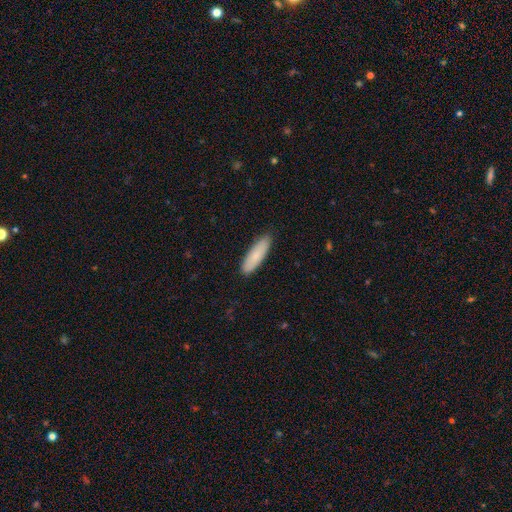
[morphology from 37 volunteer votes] Smooth or featured: smooth — 81% (featured or disk — 14%)
How rounded: cigar-shaped — 63% (in between — 33%)
Merging: none — 89% (minor disturbance — 11%)